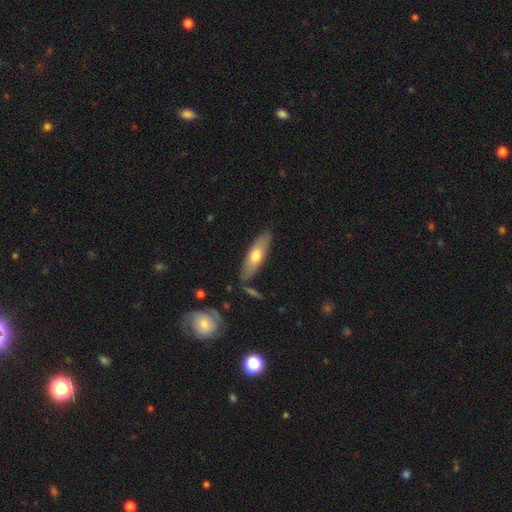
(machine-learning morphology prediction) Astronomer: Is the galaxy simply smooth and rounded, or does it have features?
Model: smooth — 60% (runner-up: featured or disk, 35%).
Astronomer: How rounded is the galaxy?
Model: cigar-shaped — 50% (runner-up: in between, 48%).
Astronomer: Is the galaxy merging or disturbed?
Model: none — 82%.